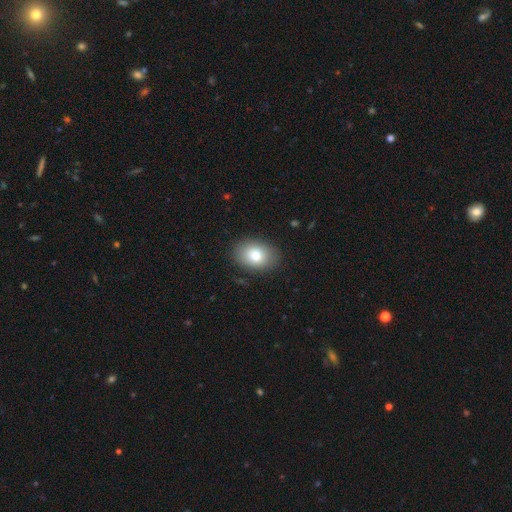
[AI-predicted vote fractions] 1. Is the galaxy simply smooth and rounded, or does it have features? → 78% smooth, 13% featured or disk, 9% star or artifact.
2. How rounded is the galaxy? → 70% in between, 29% round, 1% cigar-shaped.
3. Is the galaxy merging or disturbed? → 87% none, 9% minor disturbance, 3% major disturbance, 1% merger.